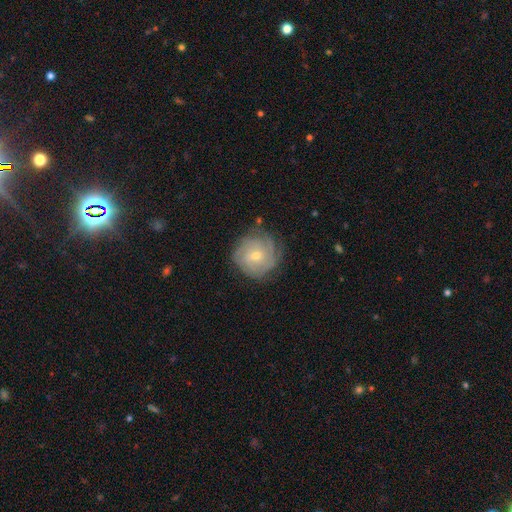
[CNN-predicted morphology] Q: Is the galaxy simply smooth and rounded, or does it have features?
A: featured or disk — 74%.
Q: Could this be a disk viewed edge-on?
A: no — 97%.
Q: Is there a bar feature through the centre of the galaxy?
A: no — 71%.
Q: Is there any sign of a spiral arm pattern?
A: yes — 93%.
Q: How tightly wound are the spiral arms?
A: tight — 76%.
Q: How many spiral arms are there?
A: can't tell — 38%.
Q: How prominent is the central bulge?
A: small — 51%.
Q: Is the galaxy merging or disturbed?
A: none — 80%.